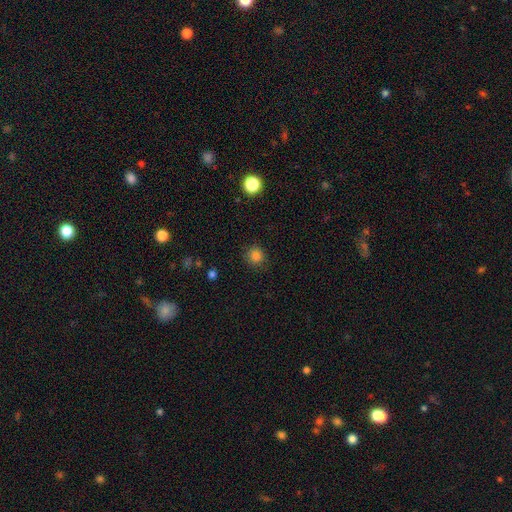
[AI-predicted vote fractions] smooth_or_featured: smooth (p=0.82) [alt: star or artifact p=0.13]
how_rounded: round (p=0.92) [alt: in between p=0.07]
merging: none (p=0.88) [alt: minor disturbance p=0.08]